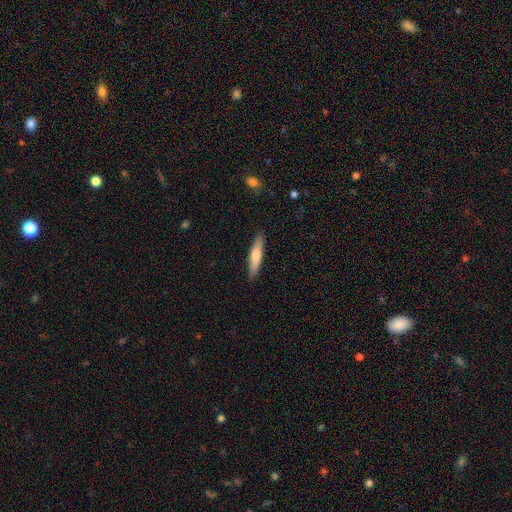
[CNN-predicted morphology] The model was most divided on "smooth or featured": smooth: 65%, featured or disk: 30%, star or artifact: 5%. More confident: merging — none (90%); how rounded — cigar-shaped (86%).